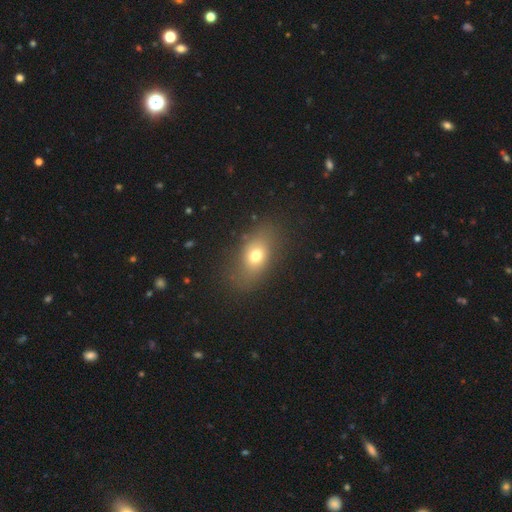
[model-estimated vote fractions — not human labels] Overall: smooth (70%). How rounded: in between (77%). Merging: none (77%).